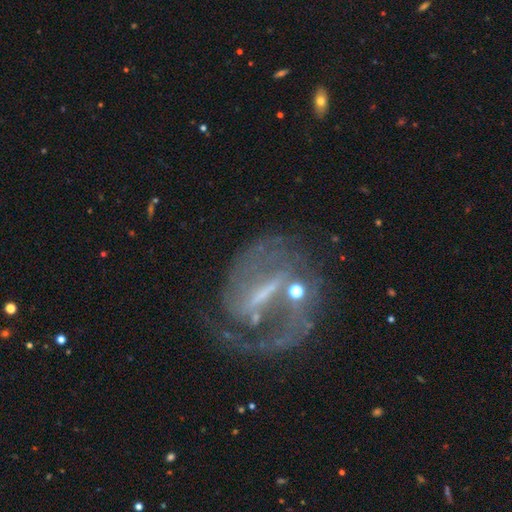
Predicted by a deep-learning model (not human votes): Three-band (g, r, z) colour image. It shows a featured or disk galaxy (85%) with a strong bar (66%), 2 (69%) medium (46%) spiral arms (89%) and a small central bulge (44%). Merging: none (59%).